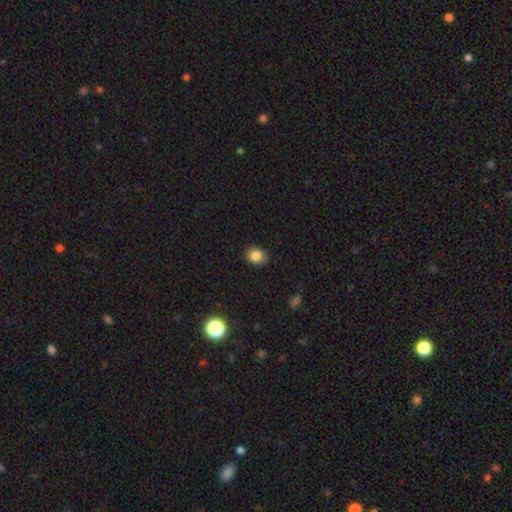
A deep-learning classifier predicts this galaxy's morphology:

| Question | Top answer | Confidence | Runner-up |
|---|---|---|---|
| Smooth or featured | smooth | 83% | star or artifact (11%) |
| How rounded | in between | 51% | round (48%) |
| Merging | none | 83% | minor disturbance (13%) |